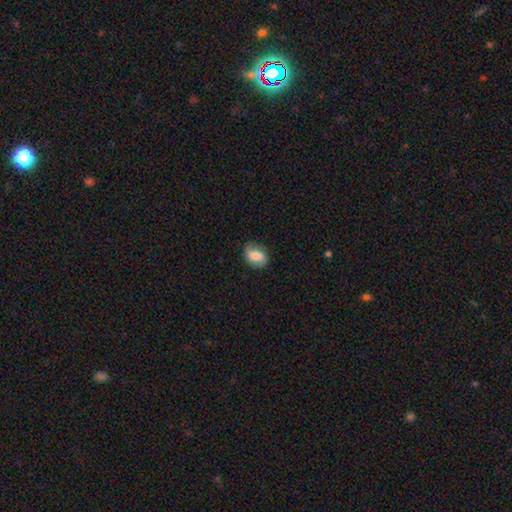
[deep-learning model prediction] A smooth galaxy with no disk features (62%) that is in between round and cigar-shaped (67%).

Vote fractions:
- Smooth or featured? smooth: 62% / featured or disk: 30% / star or artifact: 8%
- How rounded? in between: 67% / round: 32% / cigar-shaped: 2%
- Merging? none: 80% / minor disturbance: 15% / major disturbance: 4% / merger: 1%